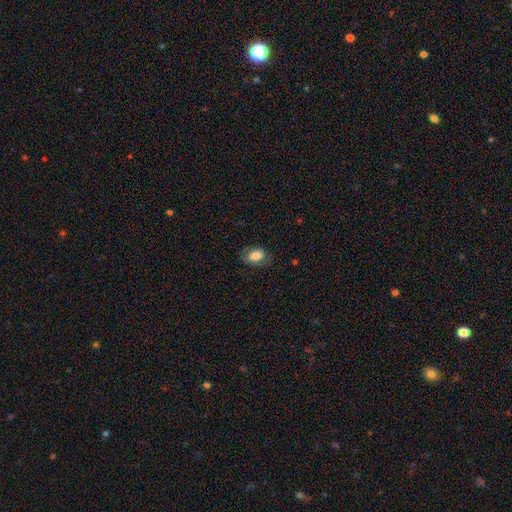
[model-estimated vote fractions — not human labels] Overall: smooth (78%). How rounded: in between (82%). Merging: none (73%).